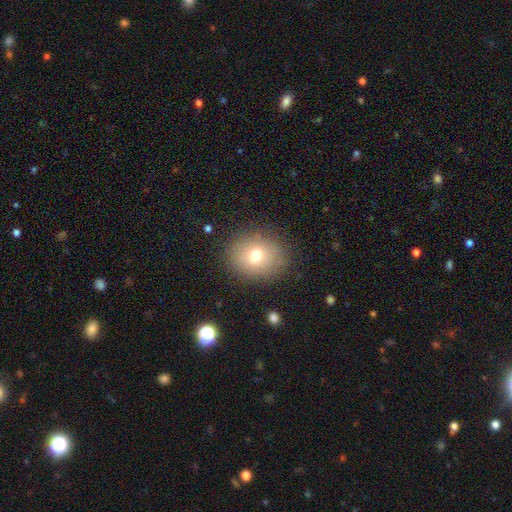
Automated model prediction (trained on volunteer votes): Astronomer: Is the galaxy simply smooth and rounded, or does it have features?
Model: smooth — 71%.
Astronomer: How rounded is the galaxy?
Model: round — 66%.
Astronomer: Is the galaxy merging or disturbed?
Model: none — 85%.